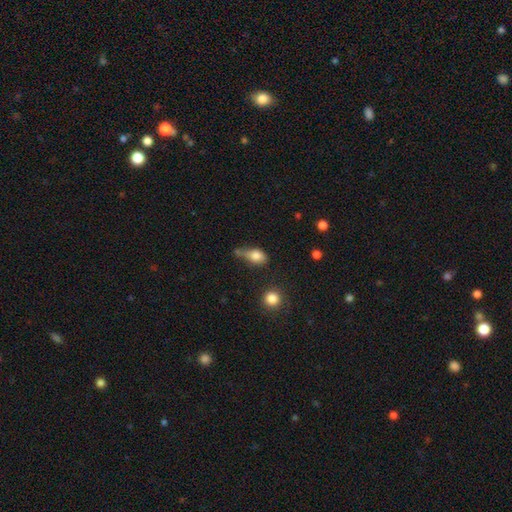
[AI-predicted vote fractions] smooth_or_featured: smooth (p=0.79) [alt: featured or disk p=0.11]
how_rounded: in between (p=0.76) [alt: round p=0.18]
merging: none (p=0.36) [alt: minor disturbance p=0.32]